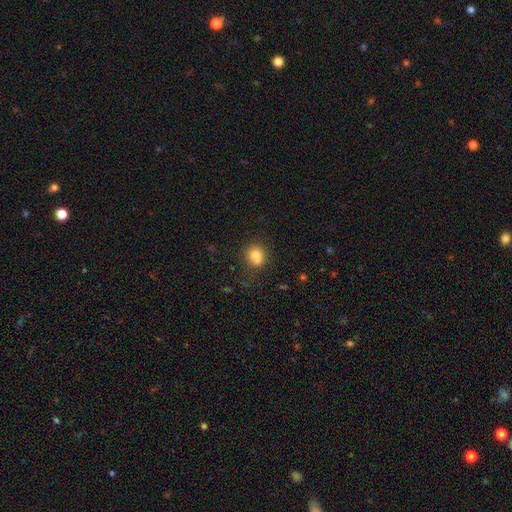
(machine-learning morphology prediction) Smooth or featured? smooth (79%)
How rounded? round (72%)
Merging? none (73%)